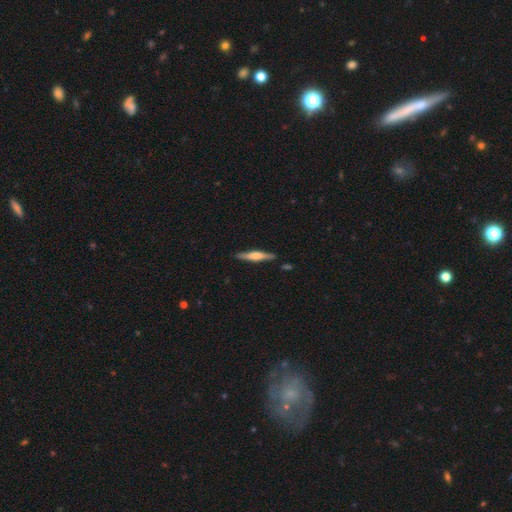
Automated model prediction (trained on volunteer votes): Morphology: type=featured or disk (57%); edge-on=yes (97%); edge-on bulge=rounded (65%); merging=none (88%).